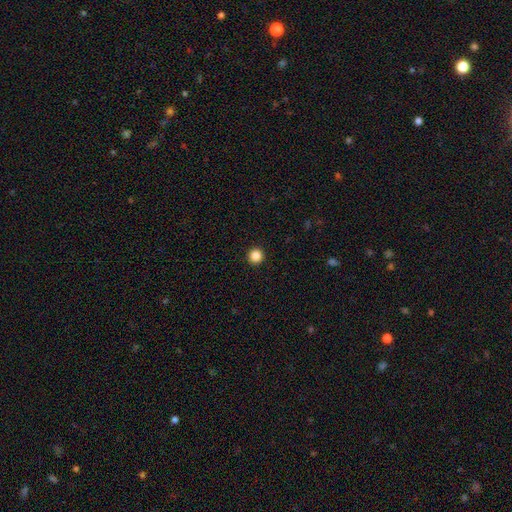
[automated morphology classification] Q: Smooth or featured?
A: smooth (86%); runner-up: star or artifact (11%)
Q: How rounded?
A: round (96%); runner-up: in between (3%)
Q: Merging?
A: none (94%); runner-up: minor disturbance (4%)